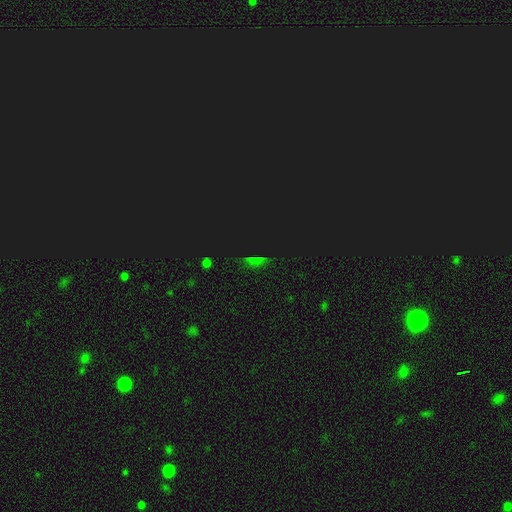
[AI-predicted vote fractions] star or artifact 61%, smooth 29%, featured or disk 10%.